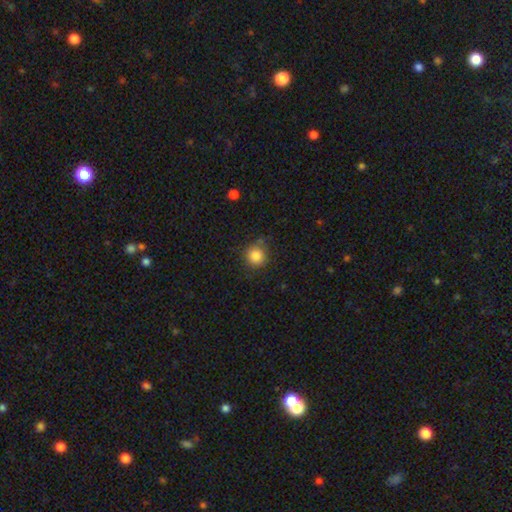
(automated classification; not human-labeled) Smooth or featured: smooth — 84% (star or artifact — 11%)
How rounded: round — 89% (in between — 10%)
Merging: none — 71% (minor disturbance — 22%)